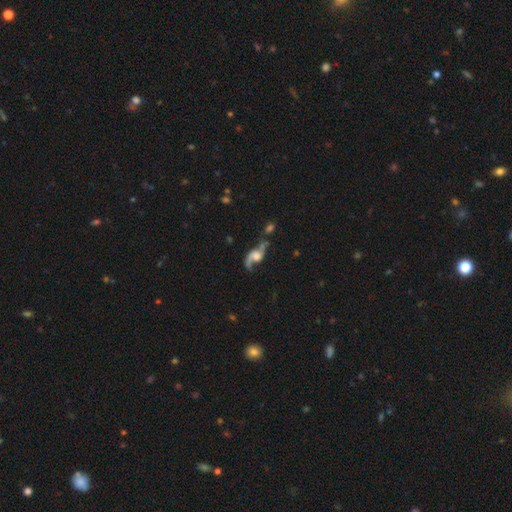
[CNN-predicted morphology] Overall: featured or disk (76%). Edge-on disk: no (93%). Bar: no (62%; weak 30%). Spiral arms: yes (91%). Spiral arm count: 2 (78%). Spiral winding: loose (80%). Bulge size: large (35%; moderate 29%). Merging: none (43%; major disturbance 23%).